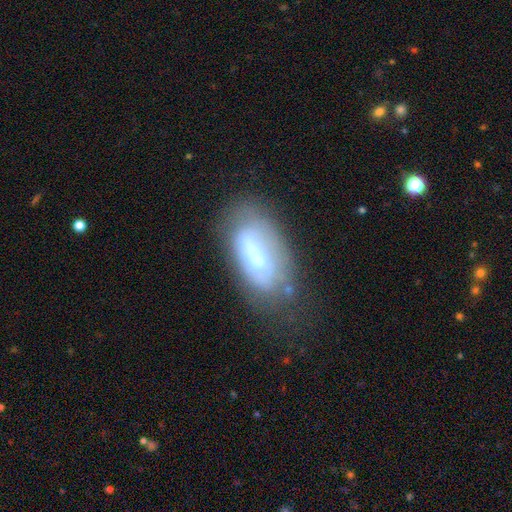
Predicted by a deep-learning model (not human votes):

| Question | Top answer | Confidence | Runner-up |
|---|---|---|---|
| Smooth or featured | smooth | 50% | featured or disk (40%) |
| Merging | none | 49% | minor disturbance (28%) |